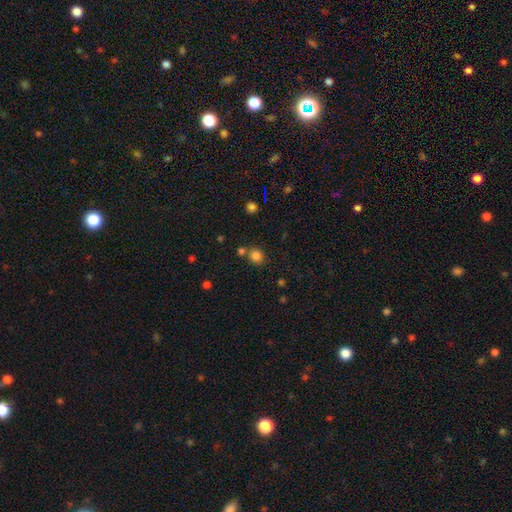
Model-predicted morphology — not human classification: Smooth or featured? Predicted: smooth (p=0.82). How rounded? Predicted: round (p=0.83). Merging? Predicted: none (p=0.70).